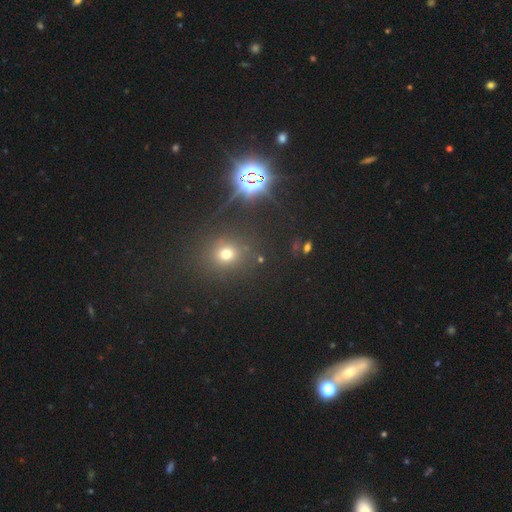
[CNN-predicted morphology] Smooth or featured? Predicted: smooth (p=0.52). How rounded? Predicted: round (p=0.83). Merging? Predicted: none (p=0.85).